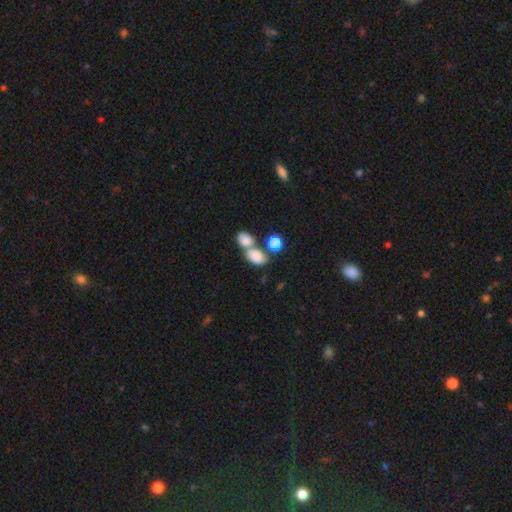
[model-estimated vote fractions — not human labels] Smooth or featured? Predicted: smooth (p=0.81). How rounded? Predicted: in between (p=0.77). Merging? Predicted: merger (p=0.55).